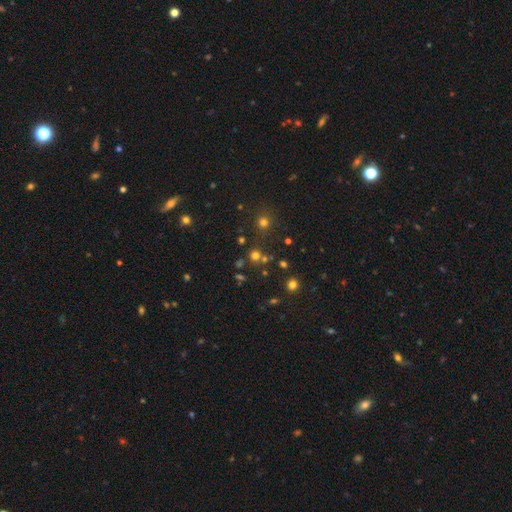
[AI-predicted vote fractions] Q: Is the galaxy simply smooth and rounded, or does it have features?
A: smooth — 62%.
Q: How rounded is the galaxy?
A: round — 89%.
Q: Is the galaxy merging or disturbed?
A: none — 74%.